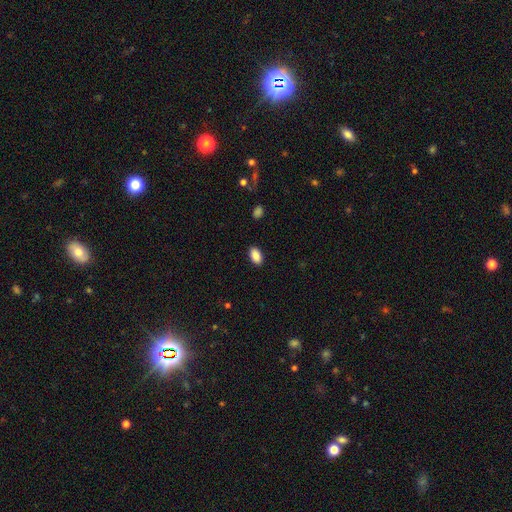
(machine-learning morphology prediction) Smooth or featured: smooth — 89% (star or artifact — 7%)
How rounded: in between — 93% (round — 4%)
Merging: none — 89% (minor disturbance — 8%)